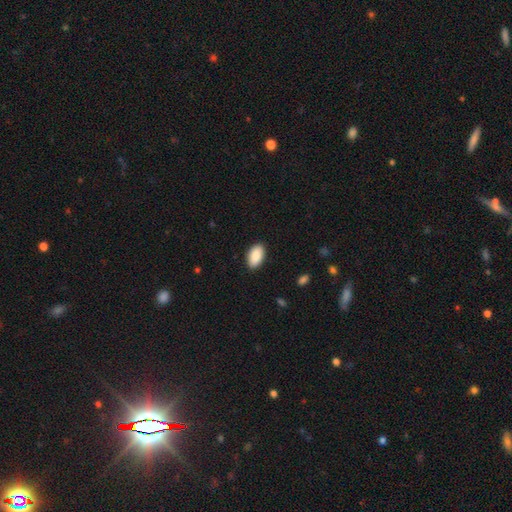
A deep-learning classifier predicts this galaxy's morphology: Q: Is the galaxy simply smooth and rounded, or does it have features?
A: smooth — 89%.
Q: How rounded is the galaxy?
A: in between — 95%.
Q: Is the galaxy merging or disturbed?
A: none — 89%.